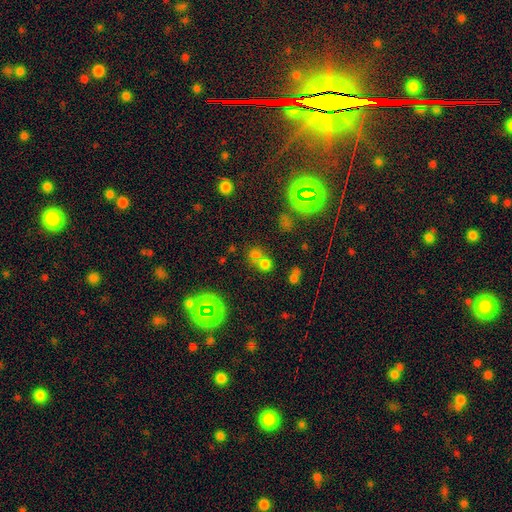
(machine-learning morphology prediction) smooth 55%, star or artifact 35%, featured or disk 10%. Down the decision tree: how rounded — round (78%); merging — none (51%).